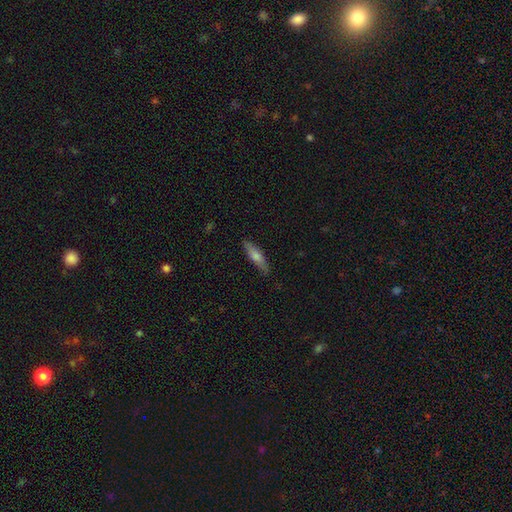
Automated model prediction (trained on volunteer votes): A smooth galaxy with no disk features (62%) that is cigar-shaped (73%).

Vote fractions:
- Smooth or featured? smooth: 62% / featured or disk: 32% / star or artifact: 6%
- How rounded? cigar-shaped: 73% / in between: 25% / round: 2%
- Merging? none: 84% / minor disturbance: 12% / major disturbance: 2% / merger: 1%